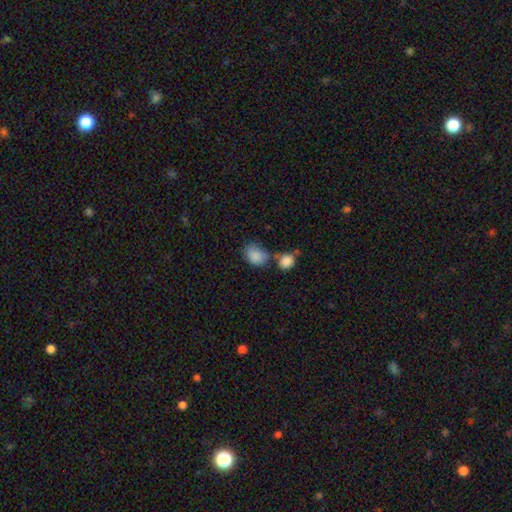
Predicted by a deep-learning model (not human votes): Overall: smooth (86%). How rounded: in between (65%; round 33%). Merging: none (41%; merger 32%).